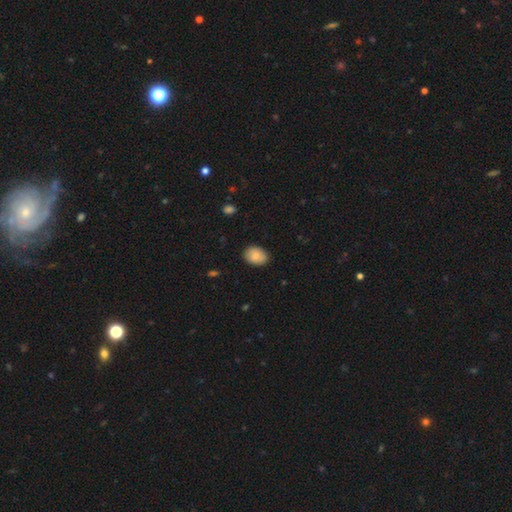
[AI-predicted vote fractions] Overall: smooth (84%). How rounded: in between (69%; round 30%). Merging: none (84%).